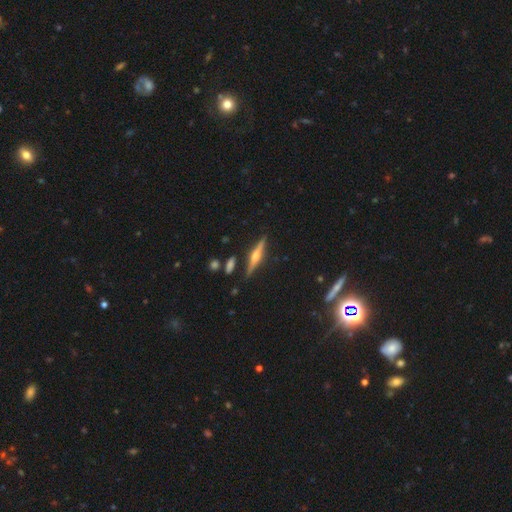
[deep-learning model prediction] Morphology: type=featured or disk (75%); edge-on=yes (98%); edge-on bulge=rounded (91%); merging=none (86%).